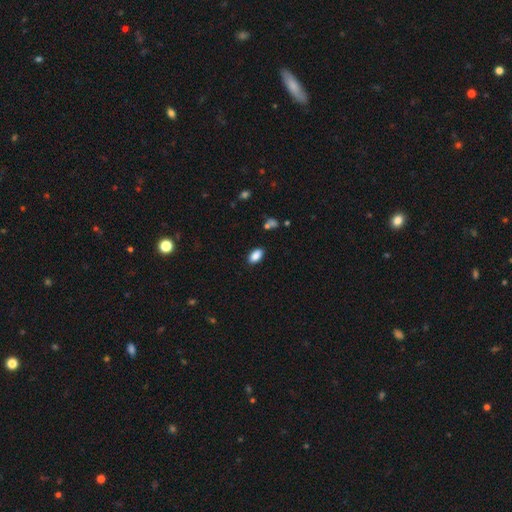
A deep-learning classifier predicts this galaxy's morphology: Q: Smooth or featured?
A: smooth (88%); runner-up: star or artifact (8%)
Q: How rounded?
A: in between (92%); runner-up: round (5%)
Q: Merging?
A: none (87%); runner-up: minor disturbance (9%)